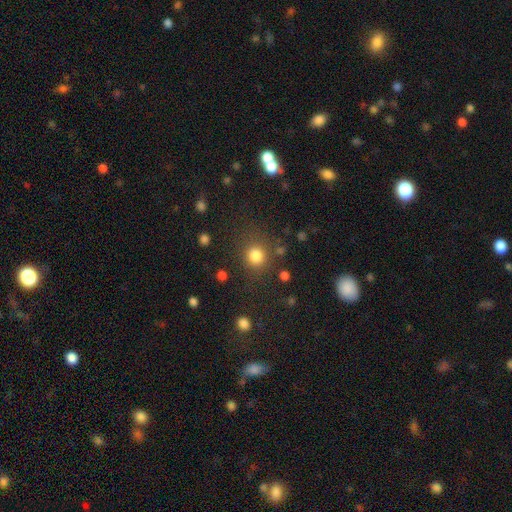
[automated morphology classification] This appears to be a smooth galaxy with no disk features (82%) that is round (88%). Merging: none (79%).